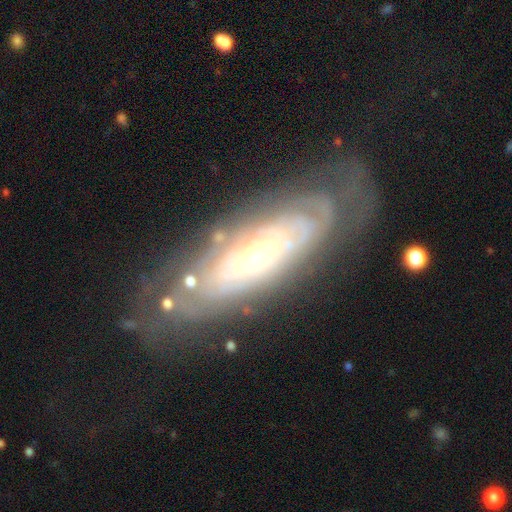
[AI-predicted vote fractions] The model was most divided on "bulge size": small: 68%, moderate: 25%, large: 4%, dominant: 2%, none: 2%. More confident: edge-on disk — no (82%); spiral arms — yes (82%); spiral winding — tight (80%); bar — no (78%); smooth or featured — featured or disk (78%); merging — none (71%); spiral arm count — can't tell (66%).